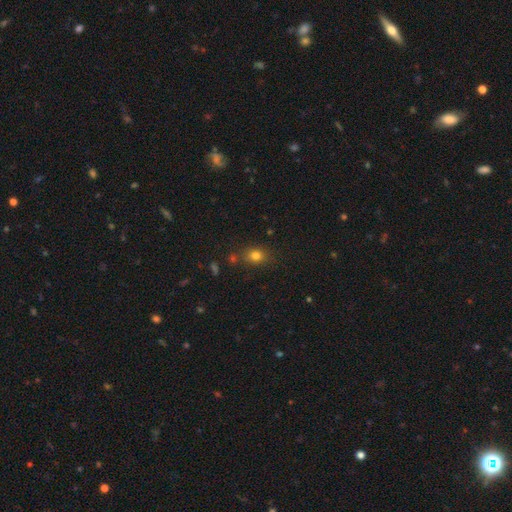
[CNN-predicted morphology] Overall: smooth (78%). How rounded: round (51%; in between 48%). Merging: none (77%).